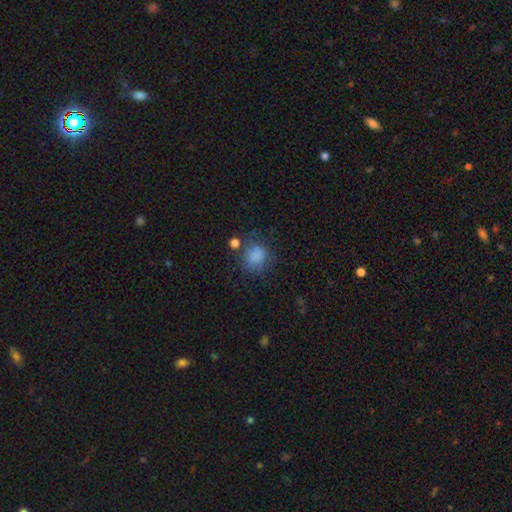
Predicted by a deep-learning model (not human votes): Smooth or featured: smooth — 79% (star or artifact — 12%)
How rounded: round — 70% (in between — 29%)
Merging: none — 56% (minor disturbance — 21%)